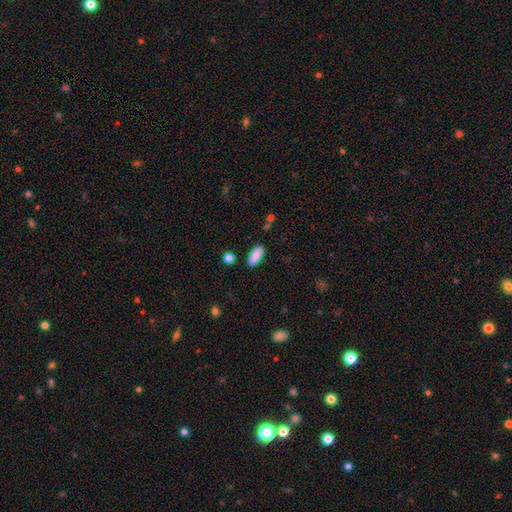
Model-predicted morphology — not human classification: Smooth or featured?
  - smooth: 89% *
  - star or artifact: 7%
  - featured or disk: 4%
How rounded?
  - in between: 89% *
  - cigar-shaped: 9%
  - round: 2%
Merging?
  - none: 86% *
  - minor disturbance: 9%
  - major disturbance: 2%
  - merger: 2%